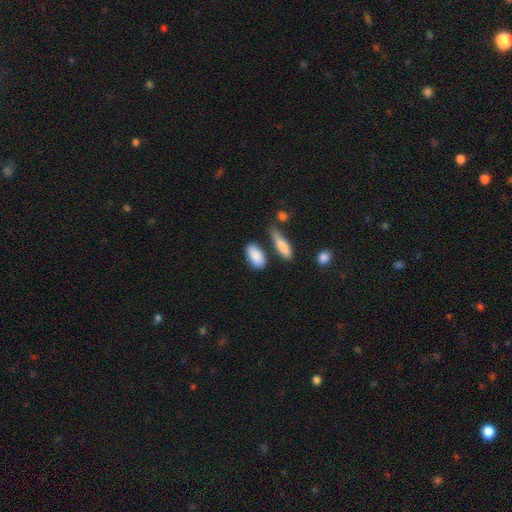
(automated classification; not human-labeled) Smooth or featured: smooth — 88% (featured or disk — 6%)
How rounded: in between — 86% (cigar-shaped — 10%)
Merging: none — 67% (minor disturbance — 17%)